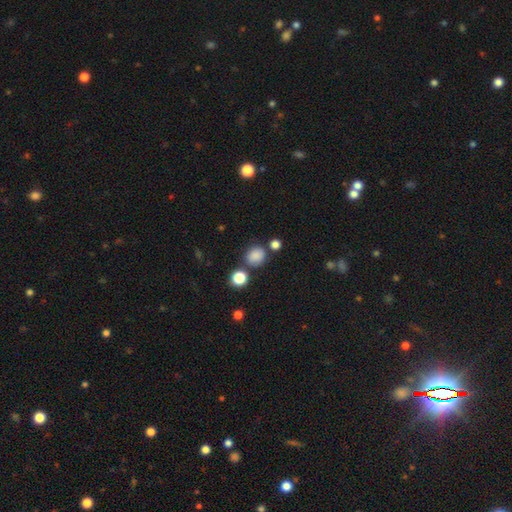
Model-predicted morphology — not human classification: type=smooth (83%); roundness=round (74%); merging=none (70%).